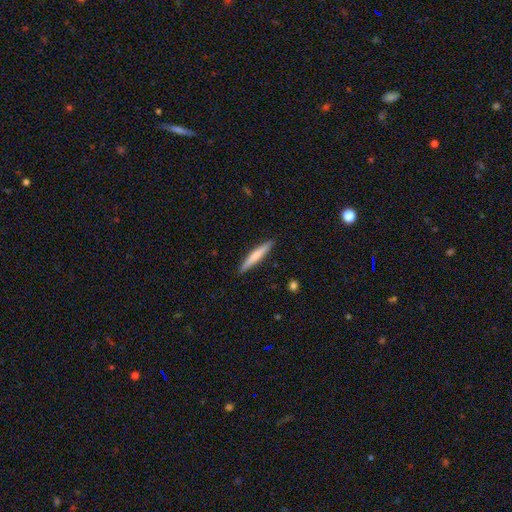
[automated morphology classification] Overall: smooth (62%; featured or disk 33%). How rounded: cigar-shaped (94%). Merging: none (91%).